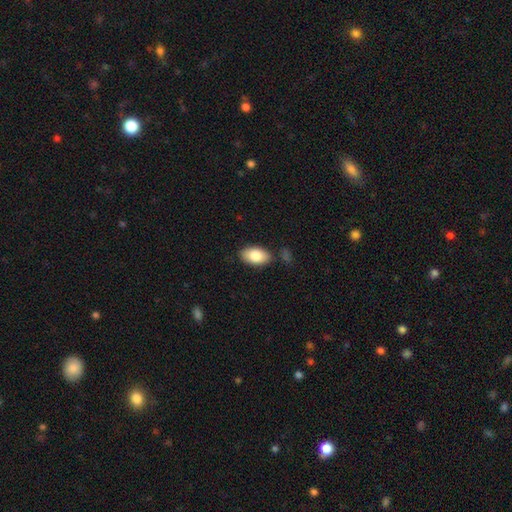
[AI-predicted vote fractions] smooth_or_featured: smooth (p=0.83) [alt: featured or disk p=0.11]
how_rounded: in between (p=0.93) [alt: round p=0.05]
merging: none (p=0.81) [alt: minor disturbance p=0.13]